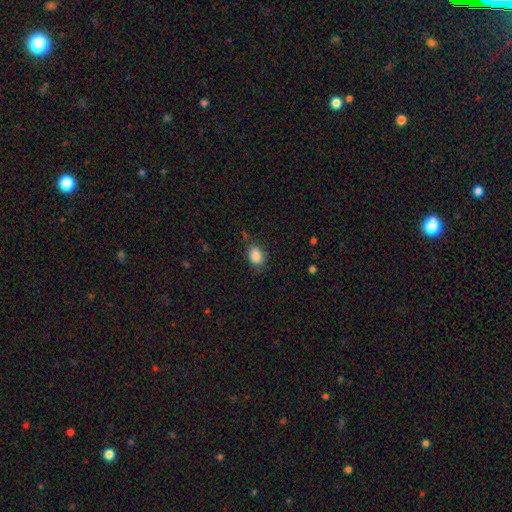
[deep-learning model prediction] Smooth or featured? Predicted: smooth (p=0.86). How rounded? Predicted: in between (p=0.74). Merging? Predicted: none (p=0.71).